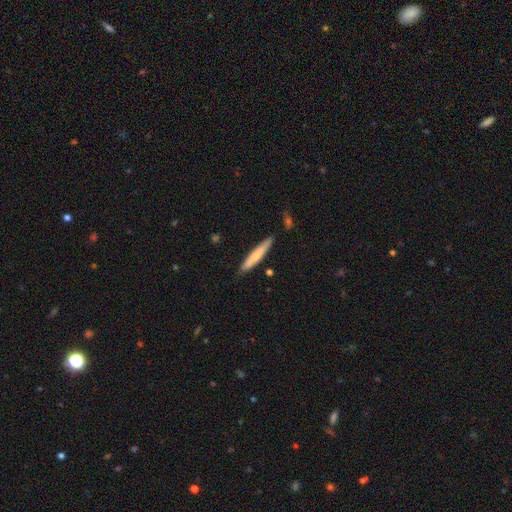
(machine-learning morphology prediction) A smooth galaxy with no disk features (67%) that is cigar-shaped (93%).

Vote fractions:
- Smooth or featured? smooth: 67% / featured or disk: 28% / star or artifact: 5%
- How rounded? cigar-shaped: 93% / in between: 6% / round: 1%
- Merging? none: 85% / minor disturbance: 11% / merger: 2% / major disturbance: 2%